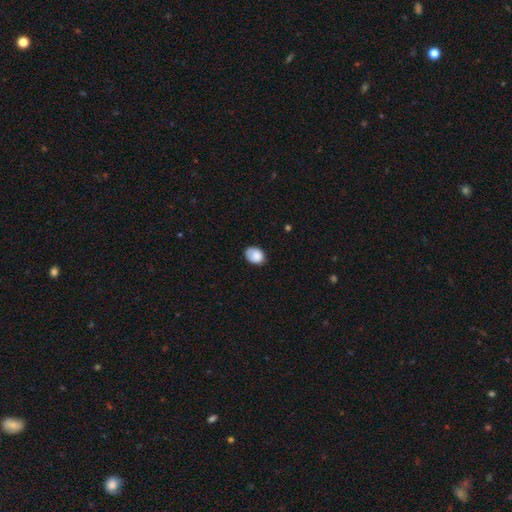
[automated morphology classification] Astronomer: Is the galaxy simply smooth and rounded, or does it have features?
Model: smooth — 85%.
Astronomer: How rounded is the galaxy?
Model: in between — 67%.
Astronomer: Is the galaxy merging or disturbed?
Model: none — 72%.